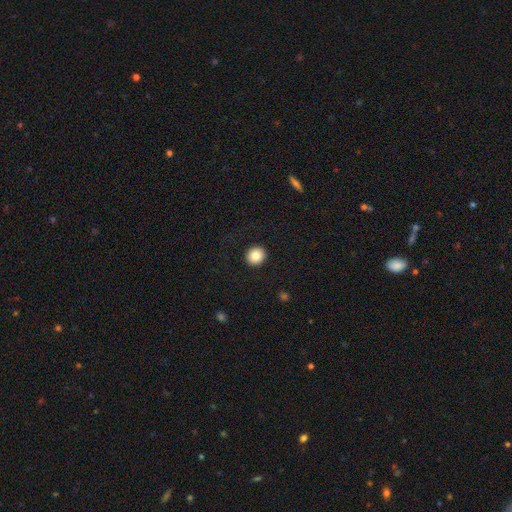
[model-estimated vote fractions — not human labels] This appears to be a smooth galaxy with no disk features (84%) that is round (84%). Merging: none (92%).